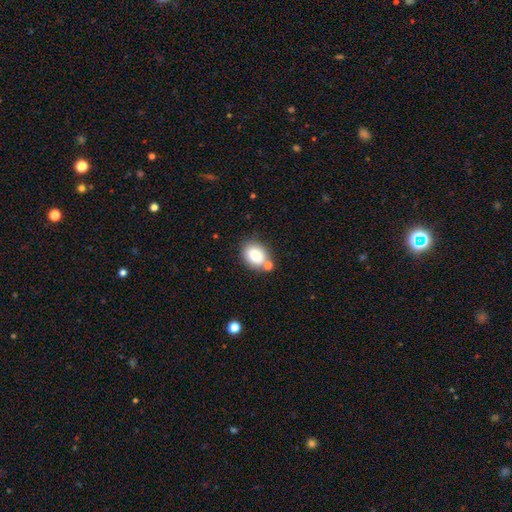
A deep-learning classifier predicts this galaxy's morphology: Smooth or featured: smooth — 83% (featured or disk — 9%)
How rounded: in between — 66% (round — 33%)
Merging: none — 65% (merger — 16%)